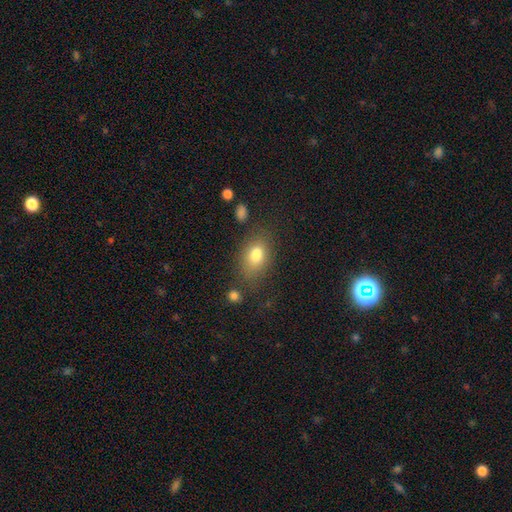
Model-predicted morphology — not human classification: A smooth galaxy with no disk features (78%) that is in between round and cigar-shaped (81%). Merging: none (70%).